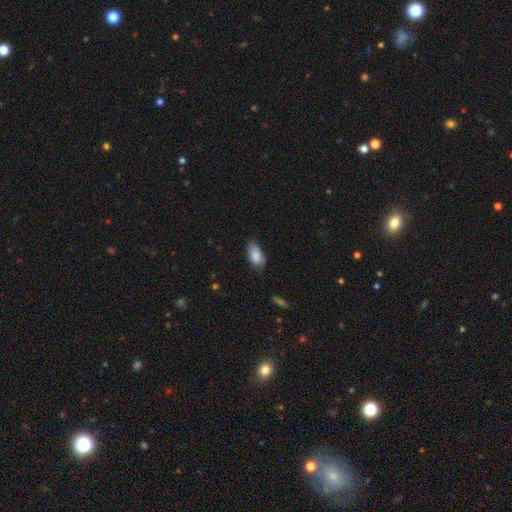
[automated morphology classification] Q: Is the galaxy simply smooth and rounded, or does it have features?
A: smooth — 85%.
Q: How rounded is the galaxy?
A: in between — 93%.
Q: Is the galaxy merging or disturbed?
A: none — 67%.